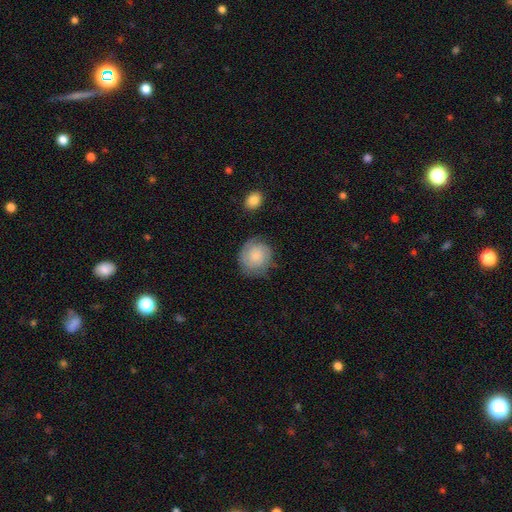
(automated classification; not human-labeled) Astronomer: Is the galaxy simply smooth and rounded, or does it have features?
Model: smooth — 51% (runner-up: featured or disk, 41%).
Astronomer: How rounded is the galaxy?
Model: round — 82%.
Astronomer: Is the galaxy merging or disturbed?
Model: none — 72%.